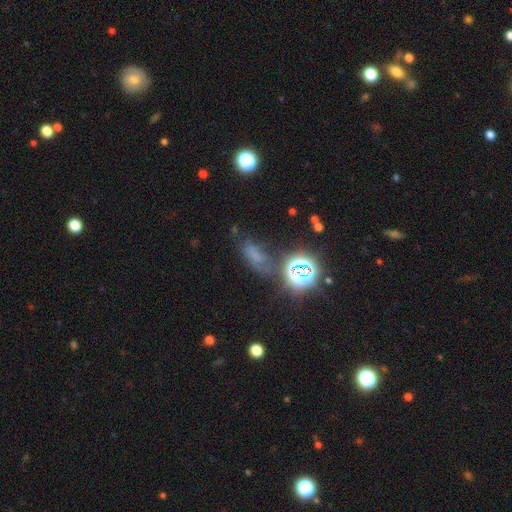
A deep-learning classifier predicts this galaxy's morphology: smooth-or-featured: smooth: 43% | star or artifact: 39% | featured or disk: 18%
  merging: none: 52% | minor disturbance: 23% | major disturbance: 16% | merger: 9%